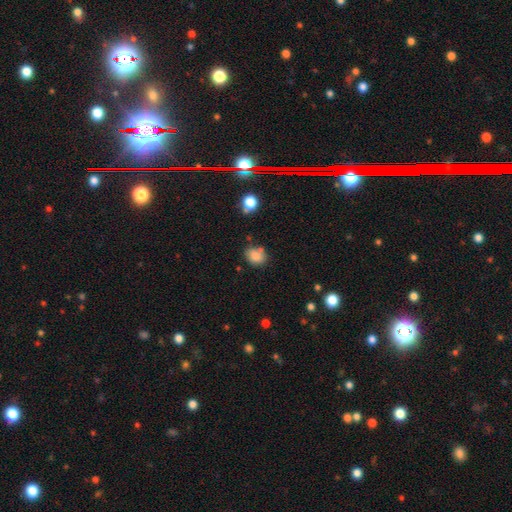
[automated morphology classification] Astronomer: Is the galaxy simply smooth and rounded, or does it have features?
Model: smooth — 81%.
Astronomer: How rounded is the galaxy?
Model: round — 50% (runner-up: in between, 49%).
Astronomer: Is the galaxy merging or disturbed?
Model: none — 64%.